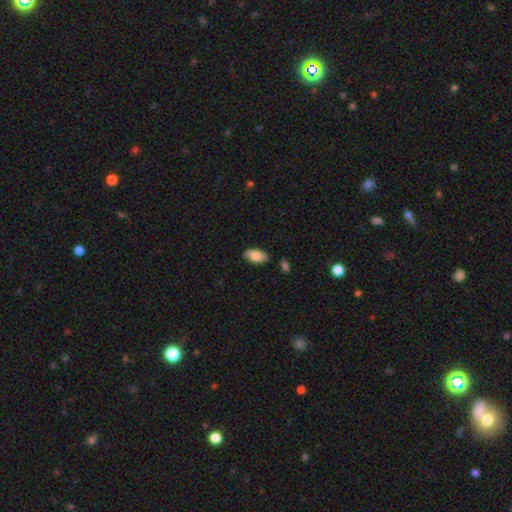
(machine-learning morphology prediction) Q: Smooth or featured?
A: smooth (81%); runner-up: featured or disk (12%)
Q: How rounded?
A: in between (94%); runner-up: cigar-shaped (4%)
Q: Merging?
A: none (83%); runner-up: minor disturbance (12%)